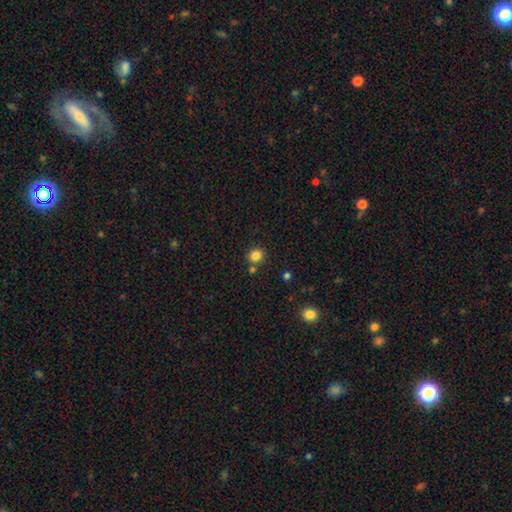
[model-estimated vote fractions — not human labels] The model was most divided on "merging": none: 78%, merger: 12%, minor disturbance: 8%, major disturbance: 2%. More confident: how rounded — round (85%); smooth or featured — smooth (83%).